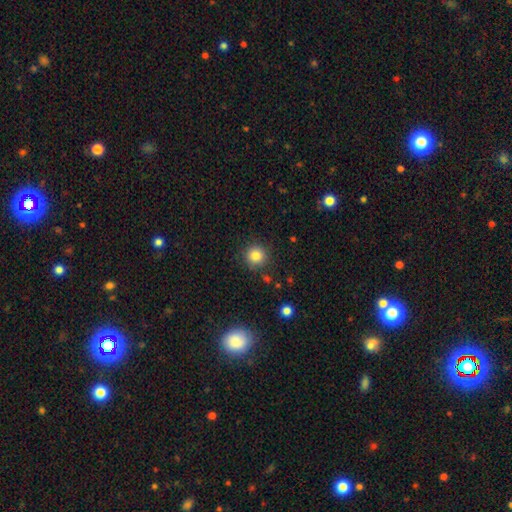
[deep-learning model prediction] Smooth or featured? smooth (83%)
How rounded? round (93%)
Merging? none (87%)